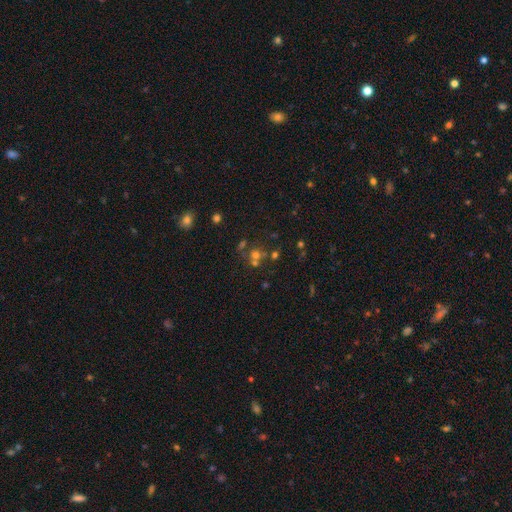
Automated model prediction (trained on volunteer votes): The model was most divided on "smooth or featured": smooth: 50%, star or artifact: 33%, featured or disk: 17%. More confident: merging — none (52%).